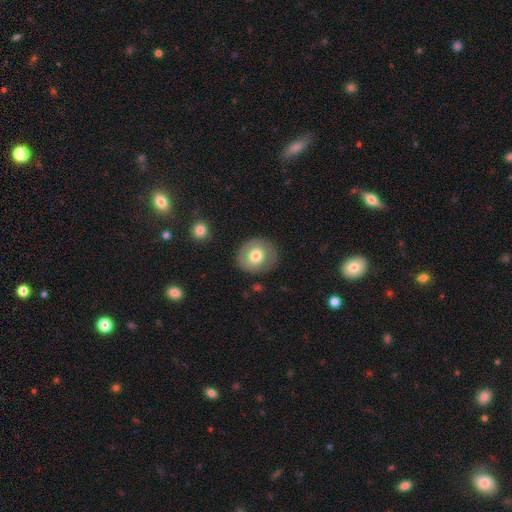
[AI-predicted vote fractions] Overall: smooth (64%; featured or disk 29%). How rounded: round (80%). Merging: none (84%).